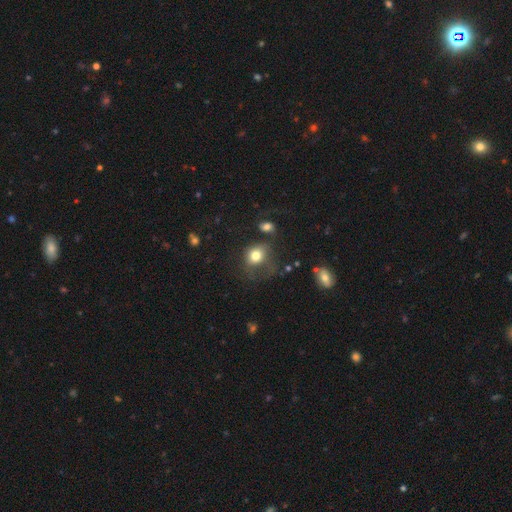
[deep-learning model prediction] A smooth galaxy with no disk features (76%) that is round (61%). Merging: none (38%).